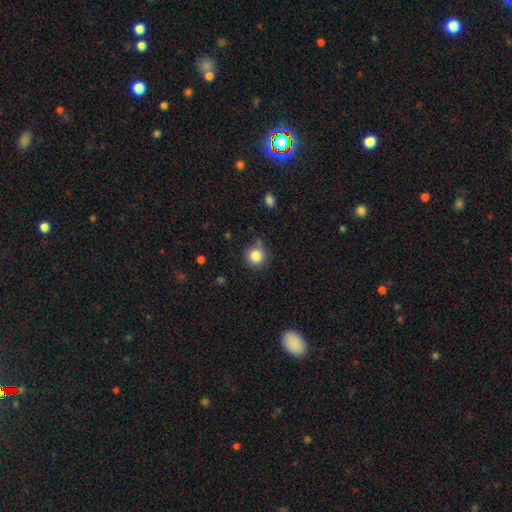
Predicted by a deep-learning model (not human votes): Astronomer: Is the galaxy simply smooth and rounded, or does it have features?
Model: smooth — 84%.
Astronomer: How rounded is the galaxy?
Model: round — 93%.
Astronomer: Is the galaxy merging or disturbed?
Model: none — 78%.